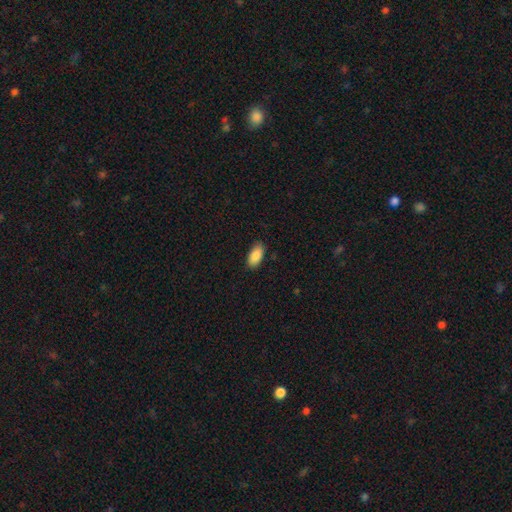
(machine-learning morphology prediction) Smooth or featured? Predicted: smooth (p=0.88). How rounded? Predicted: in between (p=0.93). Merging? Predicted: none (p=0.85).